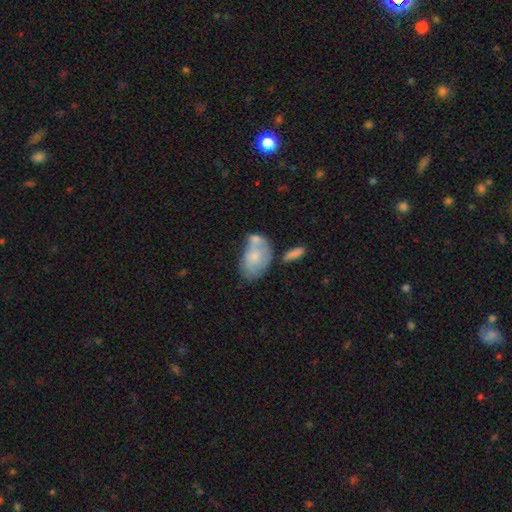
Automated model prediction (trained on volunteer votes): A smooth galaxy with no disk features (63%) that is in between round and cigar-shaped (90%). Merging: none (34%, tied with merger).